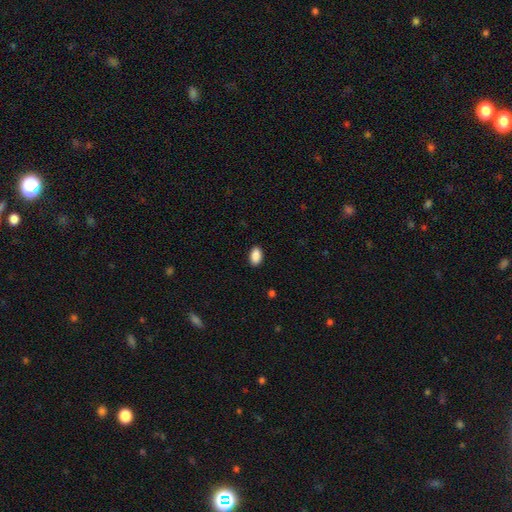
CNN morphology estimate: Smooth or featured? Predicted: smooth (p=0.90). How rounded? Predicted: in between (p=0.92). Merging? Predicted: none (p=0.89).